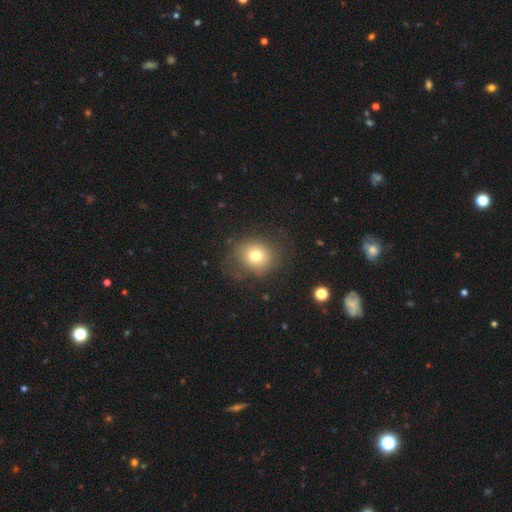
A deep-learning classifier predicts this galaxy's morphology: Smooth or featured? Predicted: smooth (p=0.74). How rounded? Predicted: round (p=0.73). Merging? Predicted: none (p=0.72).